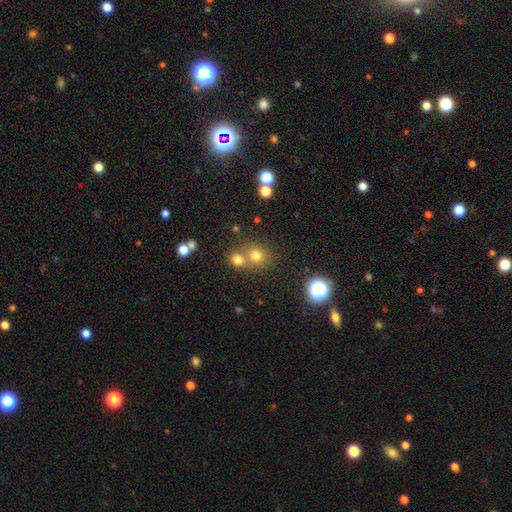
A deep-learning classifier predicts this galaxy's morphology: A smooth galaxy with no disk features (71%) that is round (80%). Merging: none (55%).